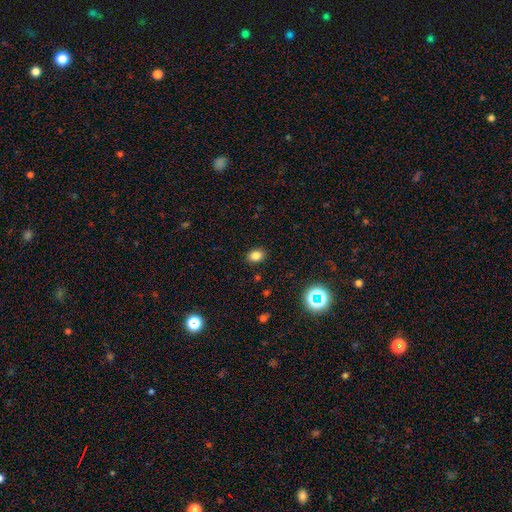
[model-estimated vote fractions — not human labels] smooth 82%, star or artifact 13%, featured or disk 5%. Down the decision tree: how rounded — in between (67%); merging — none (88%).